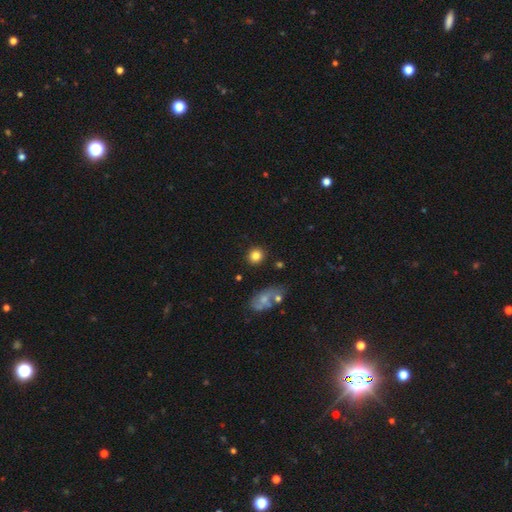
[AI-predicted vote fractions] smooth_or_featured: smooth (p=0.82) [alt: star or artifact p=0.11]
how_rounded: round (p=0.86) [alt: in between p=0.13]
merging: none (p=0.86) [alt: minor disturbance p=0.08]